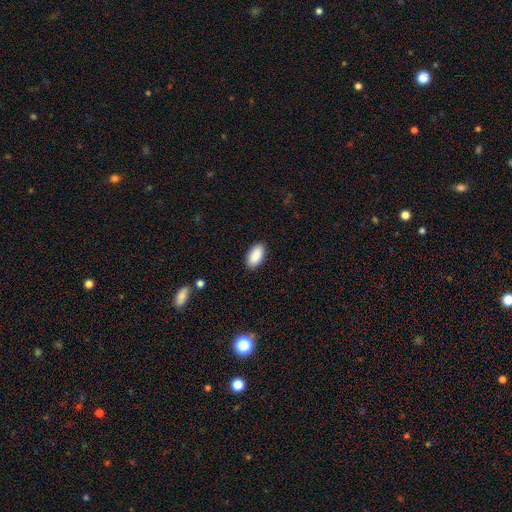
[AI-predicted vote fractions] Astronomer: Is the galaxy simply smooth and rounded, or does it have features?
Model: smooth — 91%.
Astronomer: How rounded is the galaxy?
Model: in between — 94%.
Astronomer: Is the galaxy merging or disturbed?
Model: none — 89%.